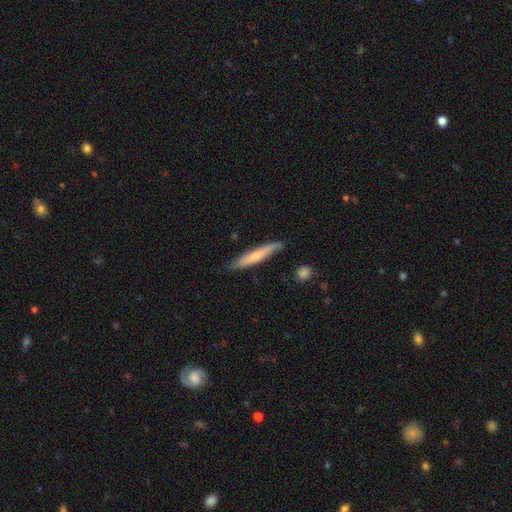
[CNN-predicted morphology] This appears to be a smooth galaxy with no disk features (60%) that is cigar-shaped (92%). Merging: none (79%).